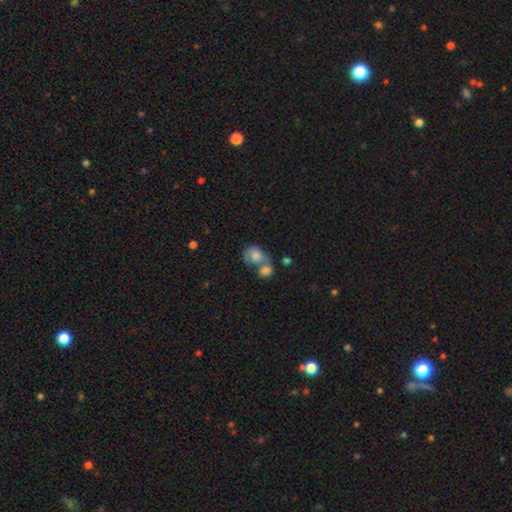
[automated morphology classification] Q: Smooth or featured?
A: smooth (68%); runner-up: featured or disk (23%)
Q: How rounded?
A: round (56%); runner-up: in between (43%)
Q: Merging?
A: merger (62%); runner-up: none (20%)